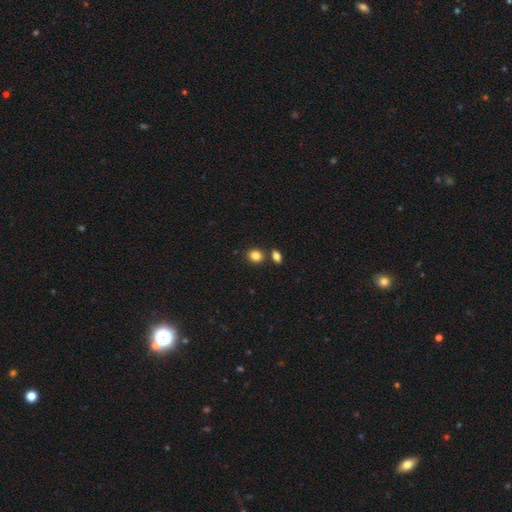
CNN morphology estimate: Overall: smooth (84%). How rounded: round (63%; in between 36%). Merging: none (73%).